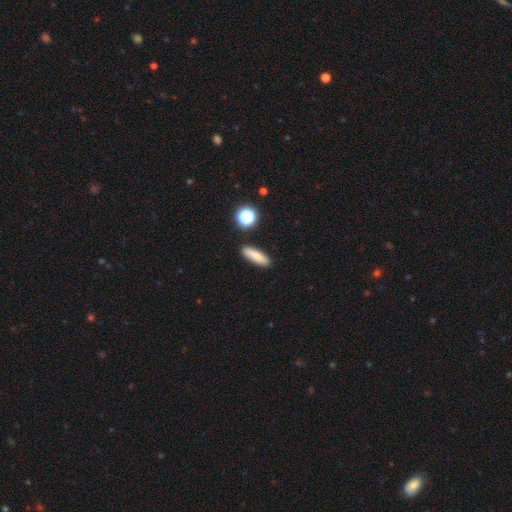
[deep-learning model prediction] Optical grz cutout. It shows a smooth galaxy with no disk features (82%) that is cigar-shaped (58%). Merging: none (89%).